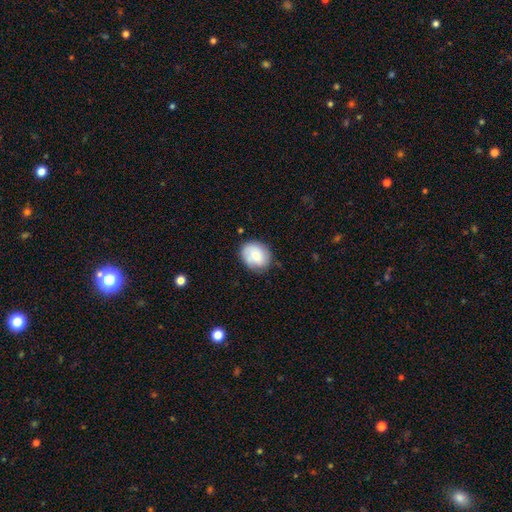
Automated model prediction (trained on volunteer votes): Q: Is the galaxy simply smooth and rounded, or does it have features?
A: smooth — 67%.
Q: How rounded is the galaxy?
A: round — 57%.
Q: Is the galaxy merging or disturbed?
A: none — 77%.